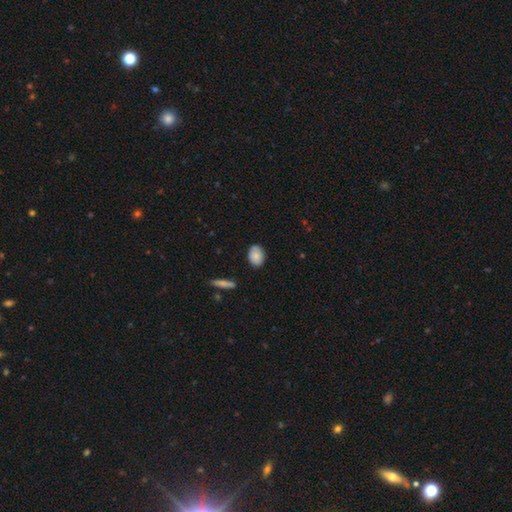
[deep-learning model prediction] Q: Smooth or featured?
A: smooth (85%); runner-up: featured or disk (9%)
Q: How rounded?
A: in between (78%); runner-up: round (21%)
Q: Merging?
A: none (83%); runner-up: minor disturbance (13%)